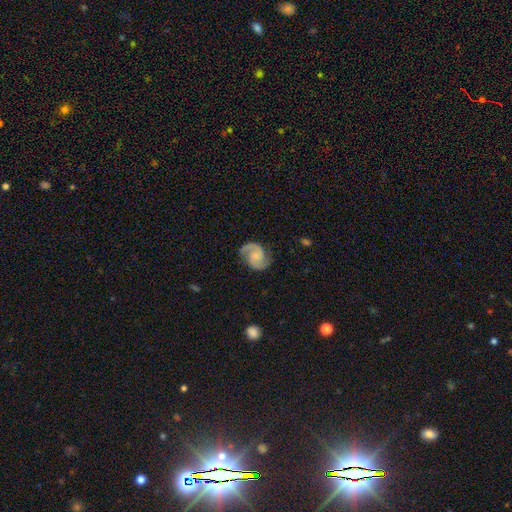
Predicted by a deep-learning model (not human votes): Morphology: type=featured or disk (89%); edge-on=no (98%); bar=no (61%); spiral arms=yes (98%); winding=medium (57%); arm count=2 (94%); bulge=none (48%); merging=none (81%).